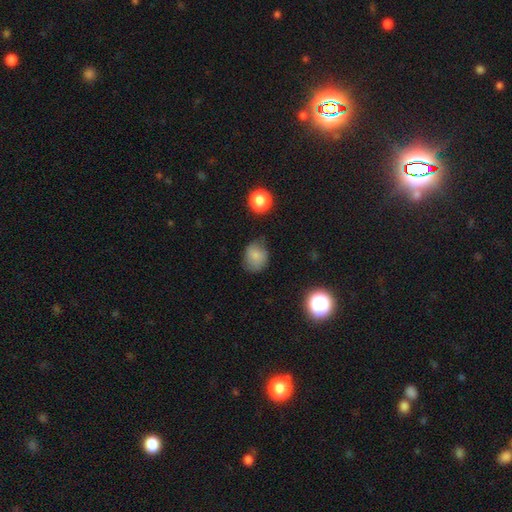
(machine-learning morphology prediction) smooth 77%, star or artifact 12%, featured or disk 10%. Down the decision tree: how rounded — round (61%); merging — none (62%).